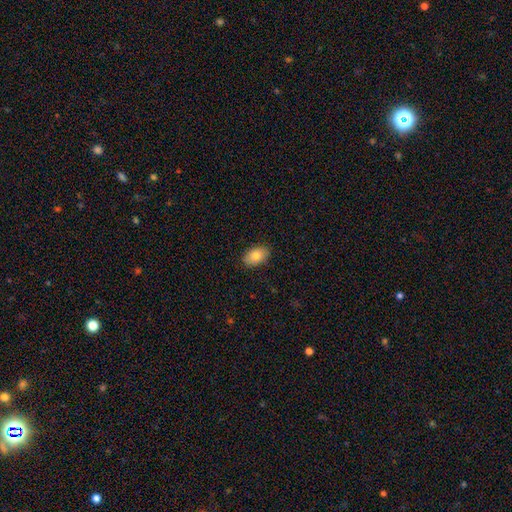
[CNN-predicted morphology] This appears to be a smooth galaxy with no disk features (82%) that is in between round and cigar-shaped (90%). Merging: none (88%).